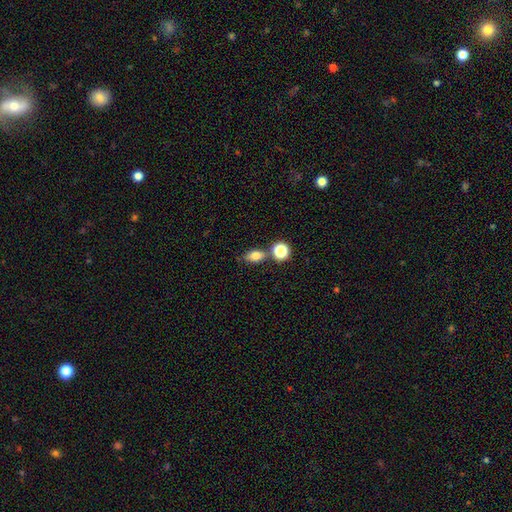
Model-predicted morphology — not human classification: Smooth or featured? smooth (79%)
How rounded? in between (74%)
Merging? none (63%)